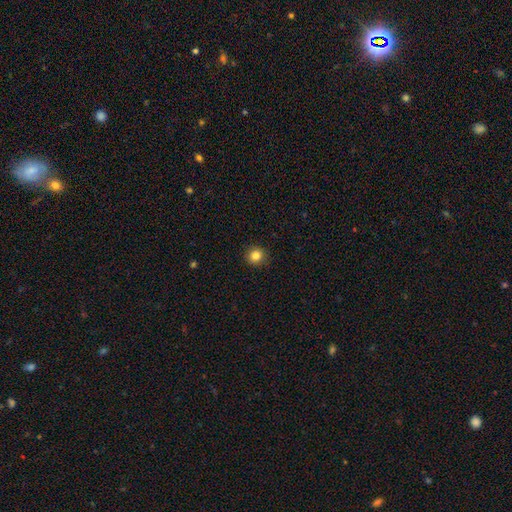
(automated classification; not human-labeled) A smooth galaxy with no disk features (83%) that is round (92%).

Vote fractions:
- Smooth or featured? smooth: 83% / star or artifact: 11% / featured or disk: 6%
- How rounded? round: 92% / in between: 7% / cigar-shaped: 1%
- Merging? none: 92% / minor disturbance: 5% / major disturbance: 2% / merger: 1%